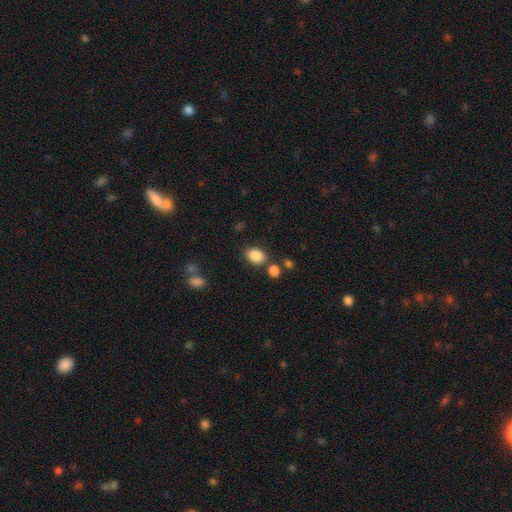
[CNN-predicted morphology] smooth_or_featured: smooth (p=0.87) [alt: star or artifact p=0.09]
how_rounded: in between (p=0.73) [alt: round p=0.26]
merging: none (p=0.74) [alt: minor disturbance p=0.12]